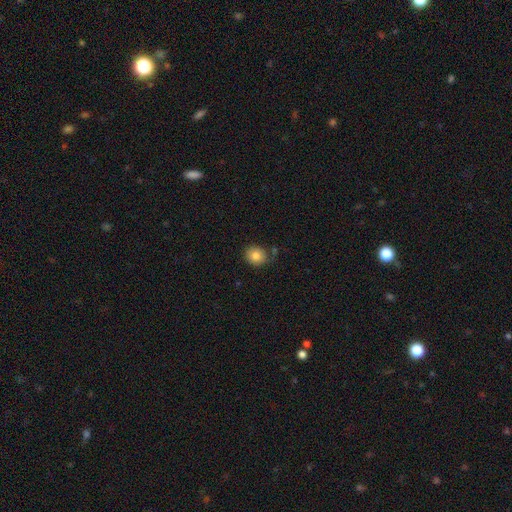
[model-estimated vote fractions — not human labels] A smooth galaxy with no disk features (83%) that is round (79%).

Vote fractions:
- Smooth or featured? smooth: 83% / star or artifact: 10% / featured or disk: 8%
- How rounded? round: 79% / in between: 20% / cigar-shaped: 1%
- Merging? none: 79% / minor disturbance: 14% / merger: 4% / major disturbance: 3%